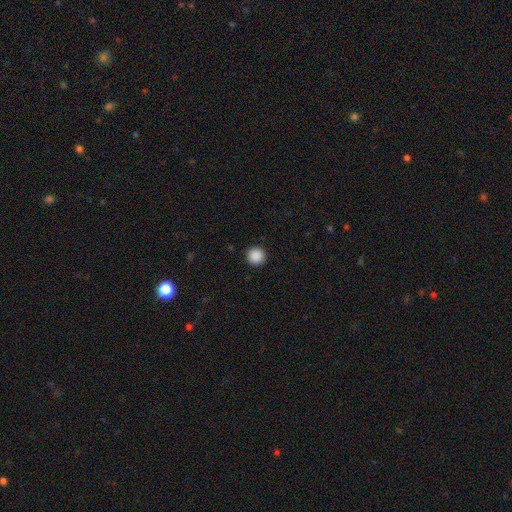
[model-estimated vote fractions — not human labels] Smooth or featured: smooth — 89% (star or artifact — 9%)
How rounded: round — 96% (in between — 3%)
Merging: none — 93% (minor disturbance — 5%)